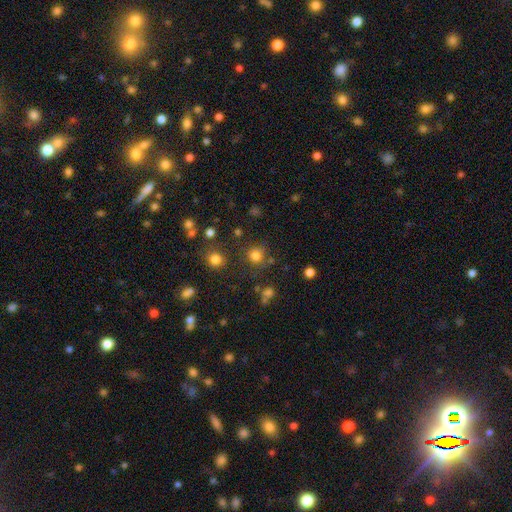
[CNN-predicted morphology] Q: Smooth or featured?
A: smooth (76%); runner-up: star or artifact (18%)
Q: How rounded?
A: round (91%); runner-up: in between (8%)
Q: Merging?
A: none (76%); runner-up: minor disturbance (11%)